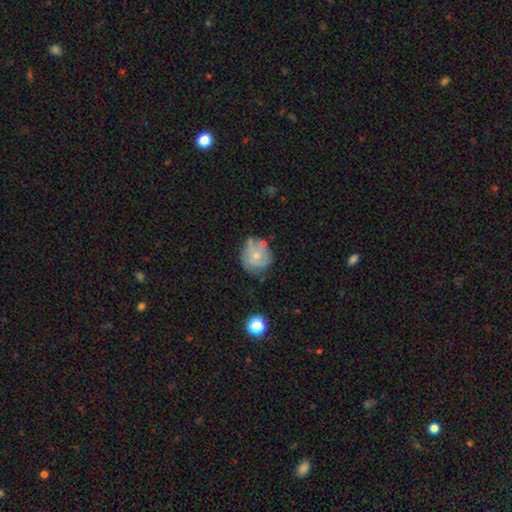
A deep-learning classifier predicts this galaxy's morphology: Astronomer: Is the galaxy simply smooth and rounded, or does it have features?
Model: smooth — 46% (runner-up: featured or disk, 45%).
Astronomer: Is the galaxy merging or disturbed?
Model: none — 53% (runner-up: minor disturbance, 28%).